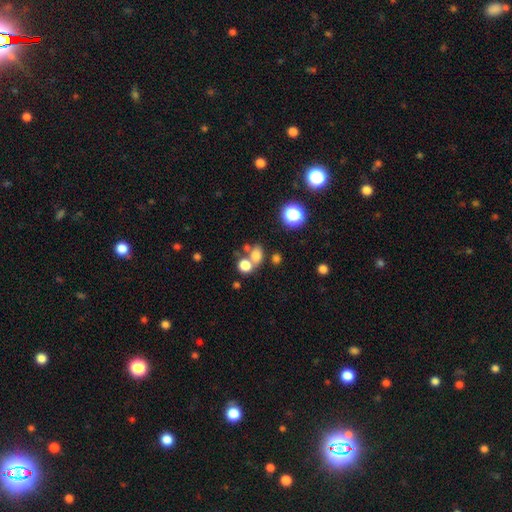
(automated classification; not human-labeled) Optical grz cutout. It shows a smooth galaxy with no disk features (75%) that is in between round and cigar-shaped (52%). Merging: none (46%).